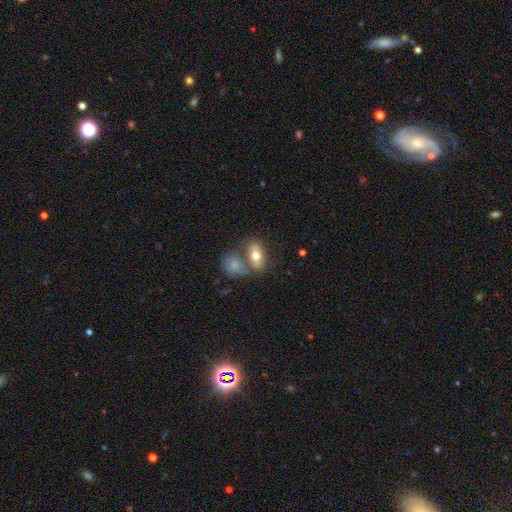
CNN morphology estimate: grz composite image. It shows a smooth galaxy with no disk features (70%) that is in between round and cigar-shaped (85%). Merging: none (49%).